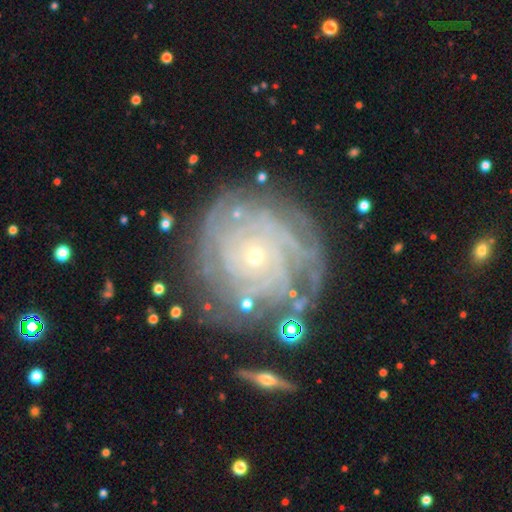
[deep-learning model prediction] Morphology: type=featured or disk (84%); edge-on=no (97%); bar=no (85%); spiral arms=yes (93%); winding=tight (80%); arm count=can't tell (34%); bulge=small (83%); merging=none (72%).